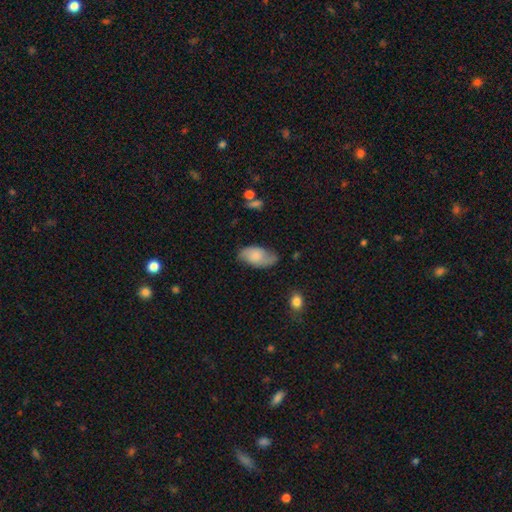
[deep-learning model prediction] Smooth or featured: smooth — 64% (featured or disk — 29%)
How rounded: in between — 94% (round — 4%)
Merging: none — 64% (minor disturbance — 28%)